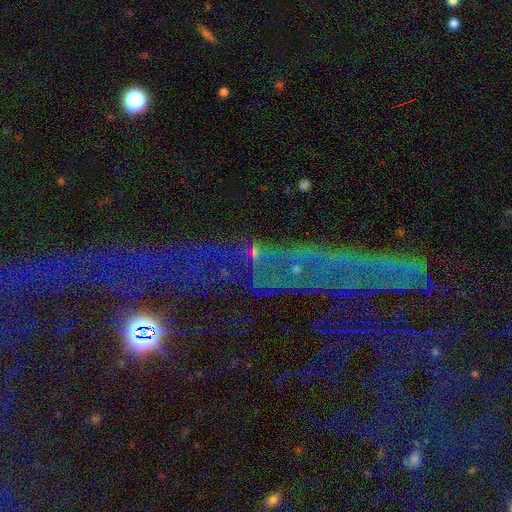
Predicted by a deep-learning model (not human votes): Overall: star or artifact (70%).